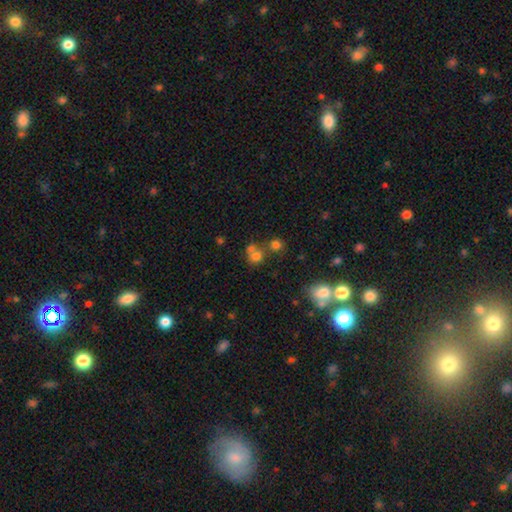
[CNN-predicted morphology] smooth_or_featured: smooth (p=0.70) [alt: star or artifact p=0.19]
how_rounded: round (p=0.79) [alt: in between p=0.20]
merging: none (p=0.46) [alt: merger p=0.41]